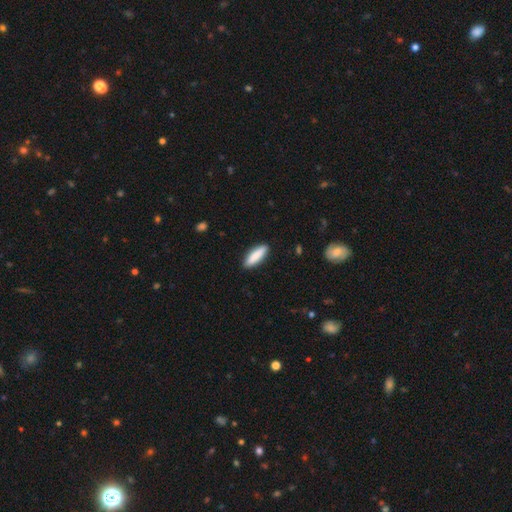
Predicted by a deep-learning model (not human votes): Overall: smooth (85%). How rounded: cigar-shaped (57%; in between 41%). Merging: none (89%).